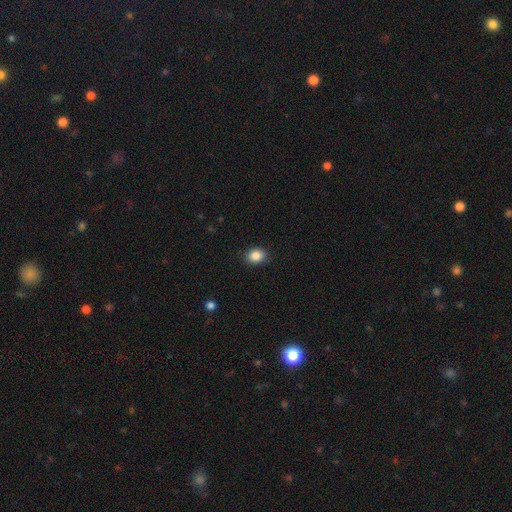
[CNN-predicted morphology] Smooth or featured? Predicted: smooth (p=0.87). How rounded? Predicted: in between (p=0.50). Merging? Predicted: none (p=0.89).